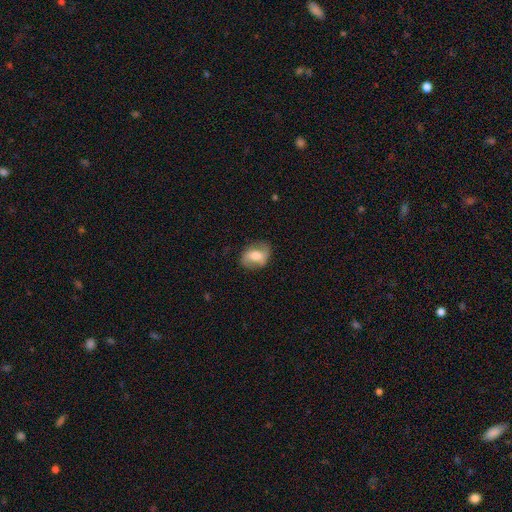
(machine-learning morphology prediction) A smooth galaxy with no disk features (48%). Merging: none (72%).